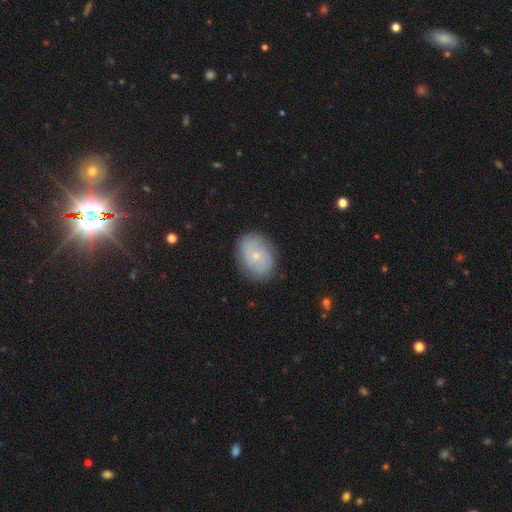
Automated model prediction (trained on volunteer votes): Smooth or featured? featured or disk (48%)
Merging? none (80%)